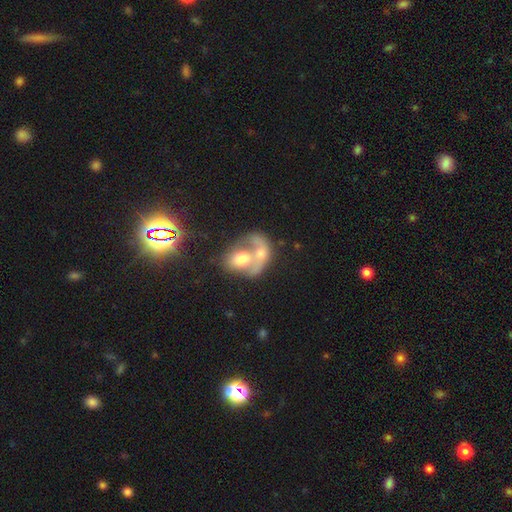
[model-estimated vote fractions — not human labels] Morphology: type=smooth (43%); merging=merger (74%).